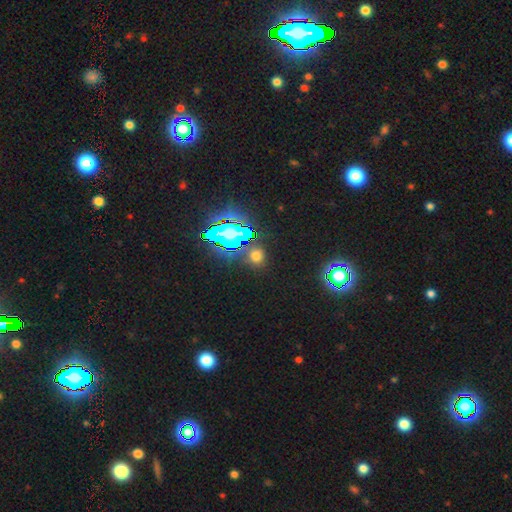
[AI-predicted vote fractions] Smooth or featured? smooth (49%)
Merging? none (83%)